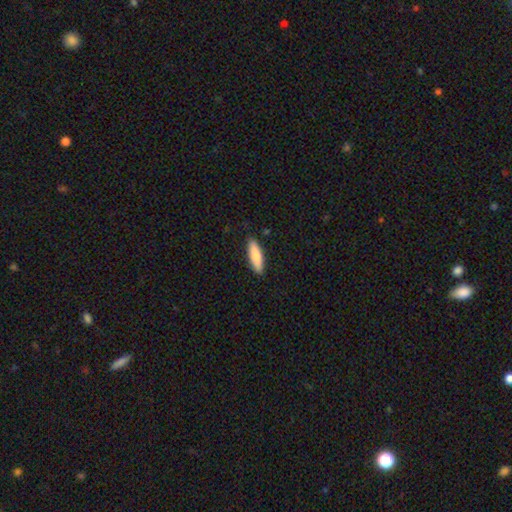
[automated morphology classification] This is clearly a smooth galaxy (82%). How rounded: possibly cigar-shaped (59%). Merging: clearly none (88%).